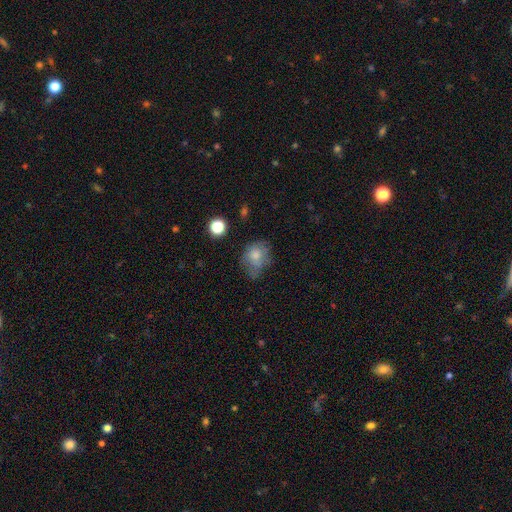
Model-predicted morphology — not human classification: This appears to be a smooth galaxy with no disk features (69%) that is in between round and cigar-shaped (55%). Merging: none (42%).